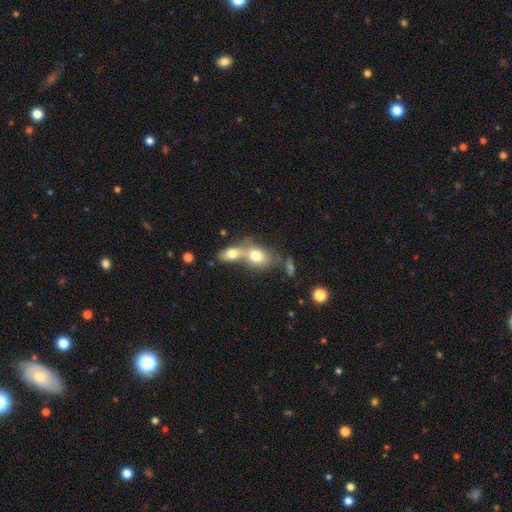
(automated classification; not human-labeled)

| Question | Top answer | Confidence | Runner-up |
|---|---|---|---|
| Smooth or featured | smooth | 76% | featured or disk (16%) |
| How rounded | in between | 69% | round (29%) |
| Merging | merger | 66% | none (23%) |